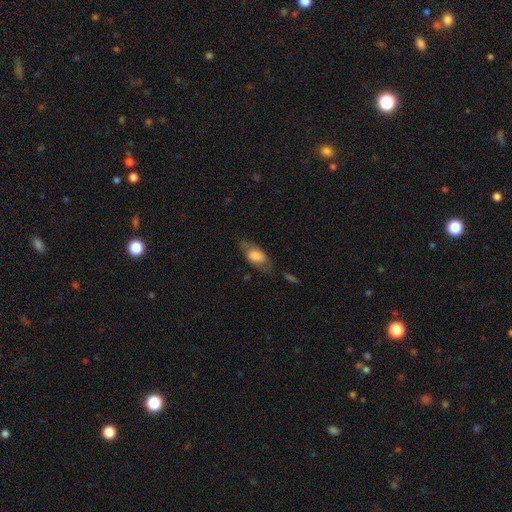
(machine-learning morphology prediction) Smooth or featured?
  - smooth: 65% *
  - featured or disk: 28%
  - star or artifact: 7%
How rounded?
  - in between: 84% *
  - cigar-shaped: 11%
  - round: 5%
Merging?
  - none: 60% *
  - minor disturbance: 24%
  - major disturbance: 13%
  - merger: 3%